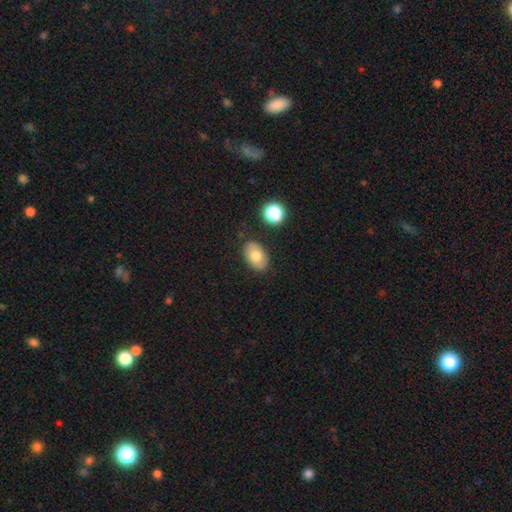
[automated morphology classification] This is likely a smooth galaxy (75%). How rounded: clearly in between (87%). Merging: clearly none (83%).